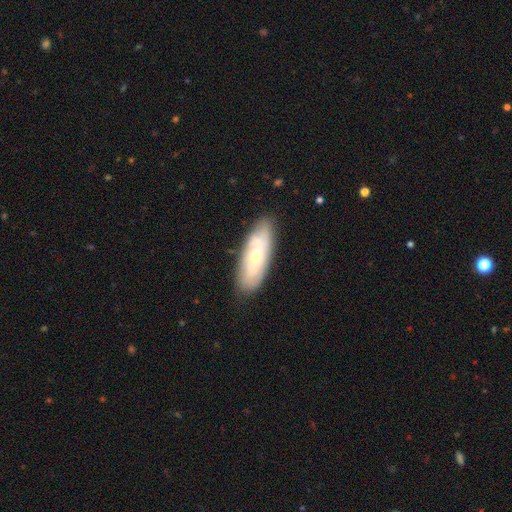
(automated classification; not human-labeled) Q: Smooth or featured?
A: featured or disk (51%); runner-up: smooth (42%)
Q: Edge-on disk?
A: no (81%); runner-up: yes (19%)
Q: Merging?
A: none (81%); runner-up: minor disturbance (14%)